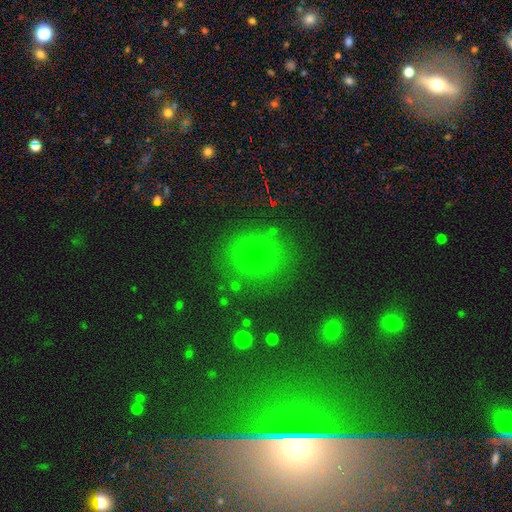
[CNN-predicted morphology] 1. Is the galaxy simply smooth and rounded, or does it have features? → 66% smooth, 24% star or artifact, 10% featured or disk.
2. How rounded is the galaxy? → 81% round, 17% in between, 1% cigar-shaped.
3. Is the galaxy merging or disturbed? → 83% none, 10% minor disturbance, 4% major disturbance, 3% merger.